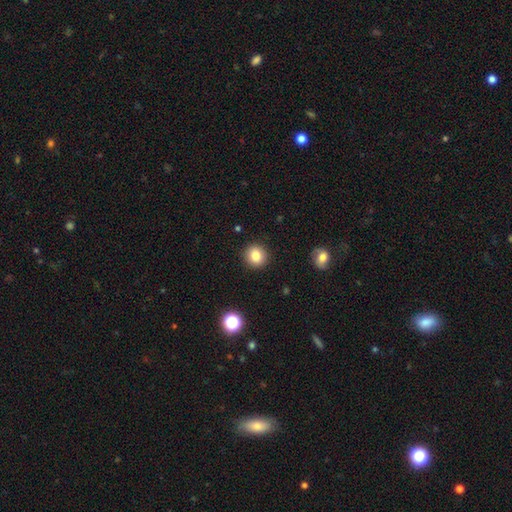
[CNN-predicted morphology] Smooth or featured? smooth (84%)
How rounded? round (87%)
Merging? none (91%)